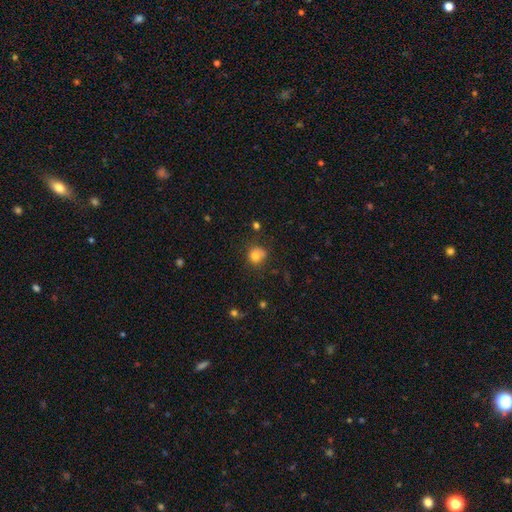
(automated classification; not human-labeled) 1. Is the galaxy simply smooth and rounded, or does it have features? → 80% smooth, 12% star or artifact, 9% featured or disk.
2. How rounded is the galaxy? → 82% round, 17% in between, 1% cigar-shaped.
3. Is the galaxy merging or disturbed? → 66% none, 23% minor disturbance, 7% major disturbance, 3% merger.